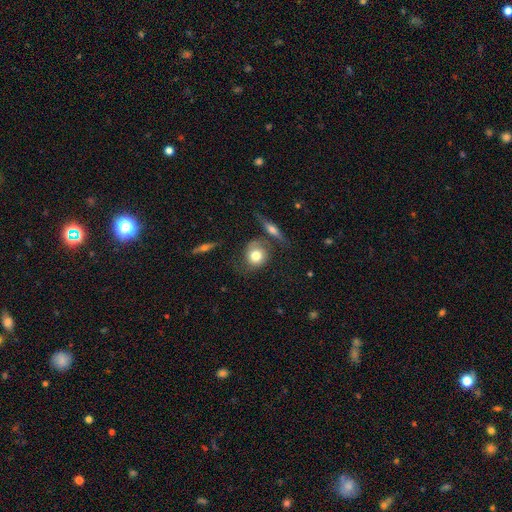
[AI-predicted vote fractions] Q: Smooth or featured?
A: smooth (64%); runner-up: featured or disk (28%)
Q: How rounded?
A: round (74%); runner-up: in between (24%)
Q: Merging?
A: none (51%); runner-up: minor disturbance (20%)